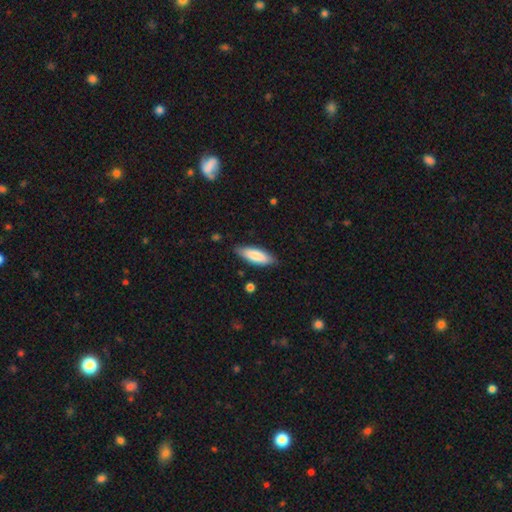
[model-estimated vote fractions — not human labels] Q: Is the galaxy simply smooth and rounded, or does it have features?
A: smooth — 82%.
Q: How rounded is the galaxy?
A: in between — 61%.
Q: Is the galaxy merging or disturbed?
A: none — 83%.